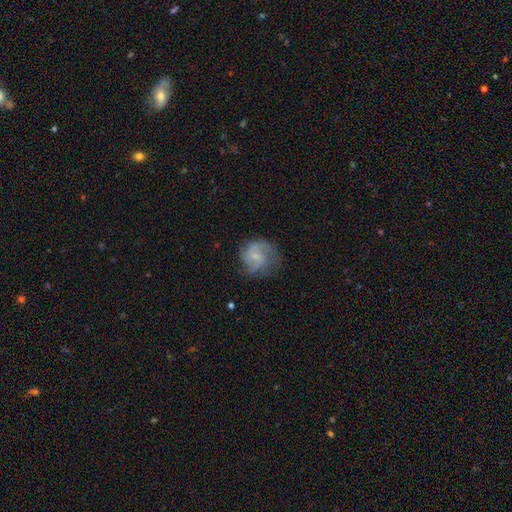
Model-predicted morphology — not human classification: This is likely a featured or disk galaxy (65%). It is clearly not viewed edge-on (98%). Bar: possibly no (58%). Spiral arm pattern: clearly yes (89%). Spiral arm count: marginally 2 (39%). Spiral winding: possibly medium (48%). Central bulge: likely small (65%). Merging: likely none (61%).